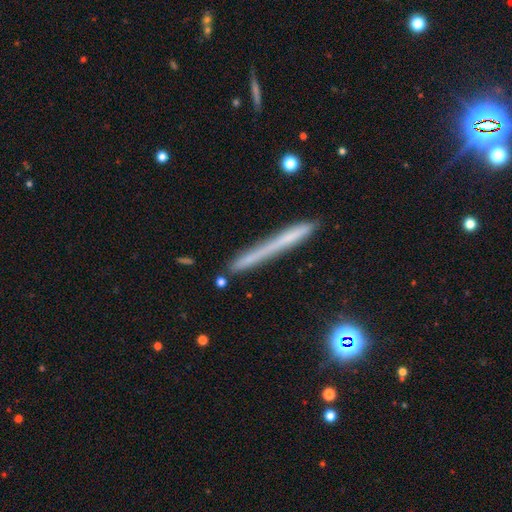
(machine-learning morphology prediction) The model was most divided on "smooth or featured": smooth: 51%, featured or disk: 39%, star or artifact: 10%. More confident: how rounded — cigar-shaped (96%); merging — none (75%).